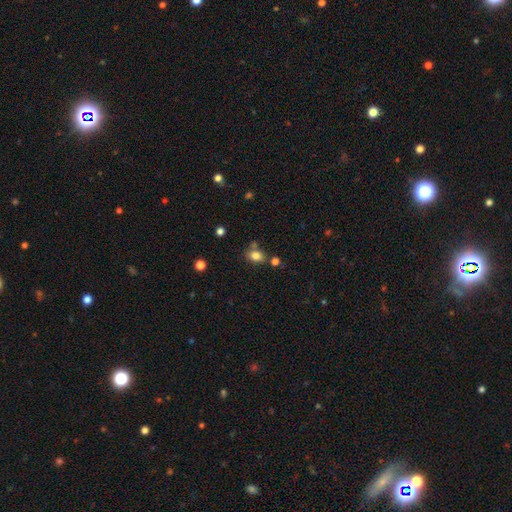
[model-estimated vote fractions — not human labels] smooth_or_featured: smooth (p=0.80) [alt: star or artifact p=0.12]
how_rounded: in between (p=0.59) [alt: round p=0.39]
merging: none (p=0.67) [alt: minor disturbance p=0.15]